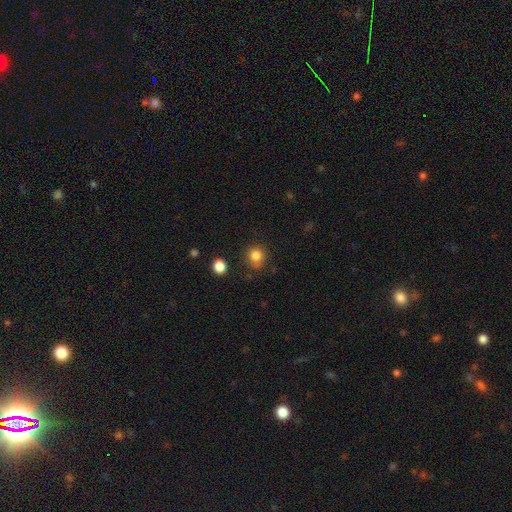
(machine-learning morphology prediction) Smooth or featured?
  - smooth: 83% *
  - star or artifact: 12%
  - featured or disk: 5%
How rounded?
  - round: 88% *
  - in between: 11%
  - cigar-shaped: 1%
Merging?
  - none: 79% *
  - minor disturbance: 14%
  - major disturbance: 4%
  - merger: 3%